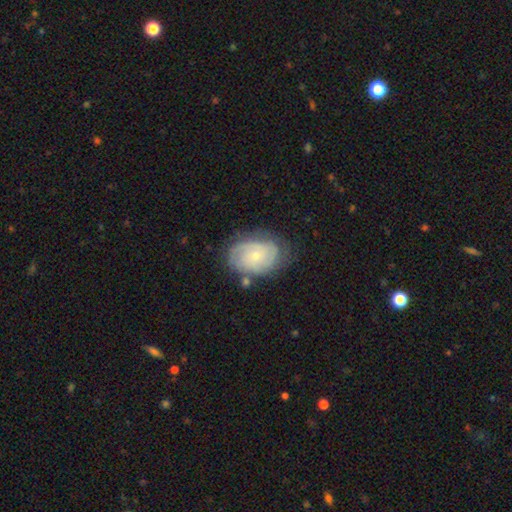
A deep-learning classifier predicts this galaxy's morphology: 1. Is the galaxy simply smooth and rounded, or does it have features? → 71% featured or disk, 22% smooth, 6% star or artifact.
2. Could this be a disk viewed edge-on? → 97% no, 3% yes.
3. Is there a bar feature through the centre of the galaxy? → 74% no, 23% weak, 3% strong.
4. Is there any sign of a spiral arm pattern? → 90% yes, 10% no.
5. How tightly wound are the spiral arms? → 65% tight, 27% medium, 8% loose.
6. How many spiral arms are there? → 39% can't tell, 29% 2, 17% 3, 6% 4, 5% 1, 4% more than 4.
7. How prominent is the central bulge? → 71% small, 25% moderate, 2% none, 1% large, 1% dominant.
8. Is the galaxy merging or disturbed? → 65% none, 23% minor disturbance, 8% major disturbance, 4% merger.